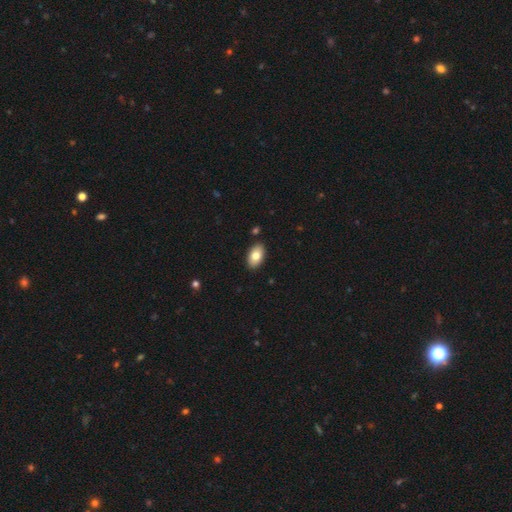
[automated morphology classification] A smooth galaxy with no disk features (79%) that is in between round and cigar-shaped (93%).

Vote fractions:
- Smooth or featured? smooth: 79% / featured or disk: 14% / star or artifact: 7%
- How rounded? in between: 93% / round: 5% / cigar-shaped: 2%
- Merging? none: 89% / minor disturbance: 8% / major disturbance: 2% / merger: 2%